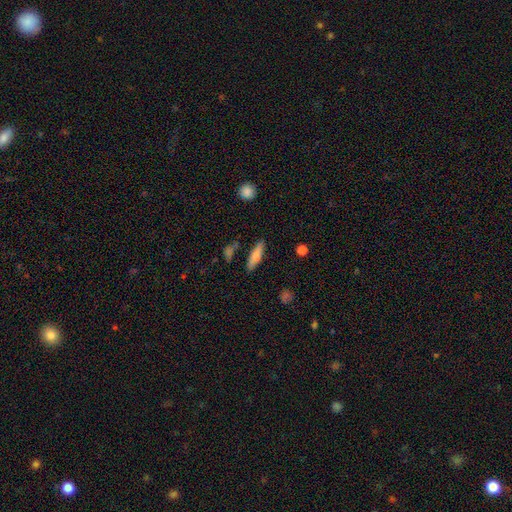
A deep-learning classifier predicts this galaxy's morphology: Smooth or featured: smooth — 74% (featured or disk — 19%)
How rounded: cigar-shaped — 73% (in between — 25%)
Merging: none — 80% (minor disturbance — 13%)